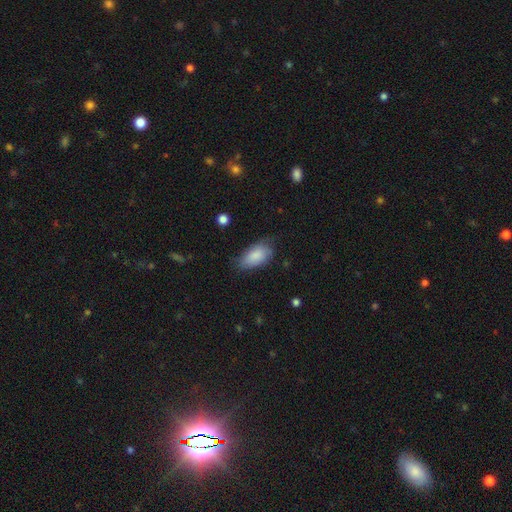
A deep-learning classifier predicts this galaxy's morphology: smooth_or_featured: smooth (p=0.83) [alt: featured or disk p=0.11]
how_rounded: in between (p=0.93) [alt: cigar-shaped p=0.04]
merging: none (p=0.62) [alt: minor disturbance p=0.29]